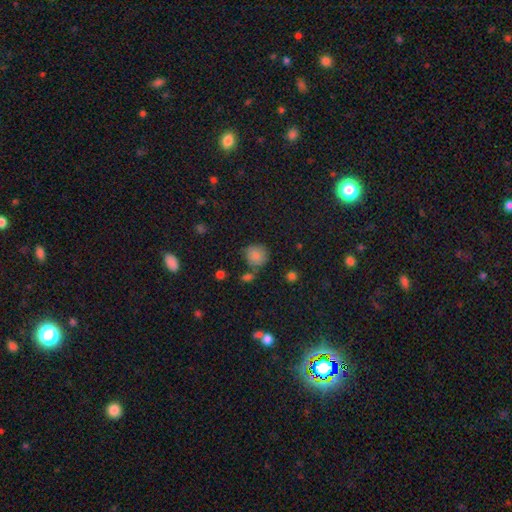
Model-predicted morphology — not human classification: Smooth or featured? smooth (82%)
How rounded? round (84%)
Merging? none (66%)